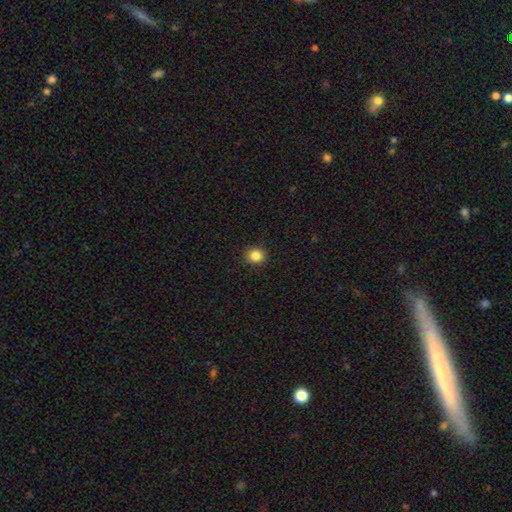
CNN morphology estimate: Smooth or featured: smooth — 85% (star or artifact — 11%)
How rounded: round — 83% (in between — 16%)
Merging: none — 92% (minor disturbance — 5%)